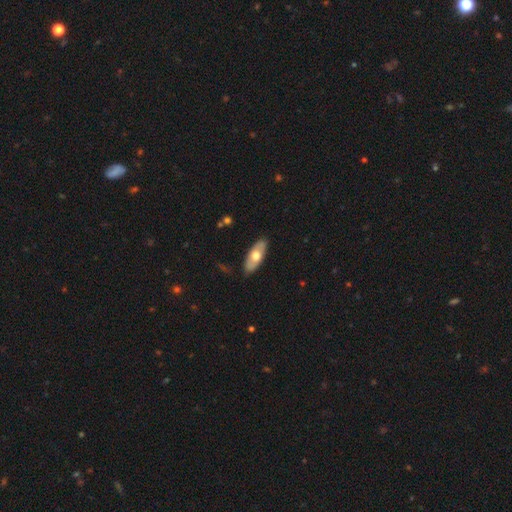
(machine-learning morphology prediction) type=smooth (54%); roundness=in between (81%); merging=none (85%).